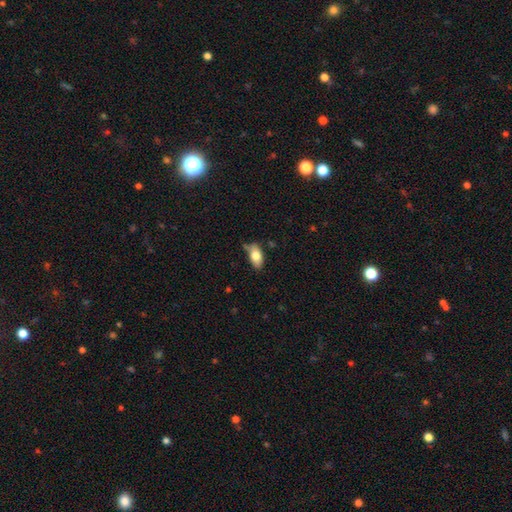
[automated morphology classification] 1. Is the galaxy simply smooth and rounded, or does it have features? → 77% smooth, 16% featured or disk, 7% star or artifact.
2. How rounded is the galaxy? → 91% in between, 5% cigar-shaped, 4% round.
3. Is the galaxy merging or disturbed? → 58% none, 30% minor disturbance, 7% major disturbance, 5% merger.